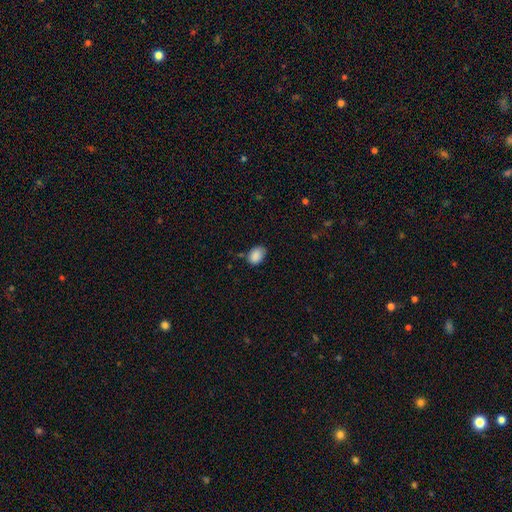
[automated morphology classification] smooth-or-featured: smooth: 89% | star or artifact: 8% | featured or disk: 4%
  how-rounded: in between: 79% | round: 20% | cigar-shaped: 1%
  merging: none: 69% | minor disturbance: 24% | major disturbance: 4% | merger: 3%